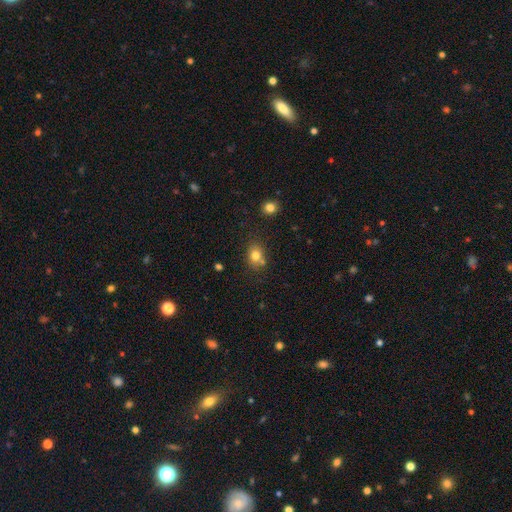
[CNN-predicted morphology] Smooth or featured?
  - smooth: 78% *
  - star or artifact: 12%
  - featured or disk: 10%
How rounded?
  - round: 54% *
  - in between: 45%
  - cigar-shaped: 1%
Merging?
  - none: 65% *
  - merger: 17%
  - minor disturbance: 15%
  - major disturbance: 4%